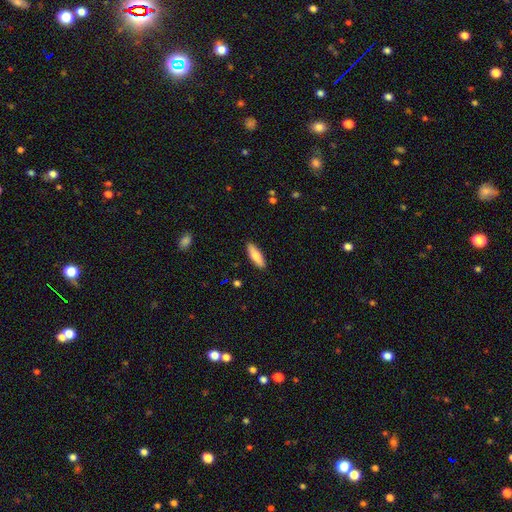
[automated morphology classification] Smooth or featured?
  - smooth: 76% *
  - featured or disk: 18%
  - star or artifact: 6%
How rounded?
  - cigar-shaped: 50% *
  - in between: 48%
  - round: 2%
Merging?
  - none: 90% *
  - minor disturbance: 7%
  - major disturbance: 2%
  - merger: 1%